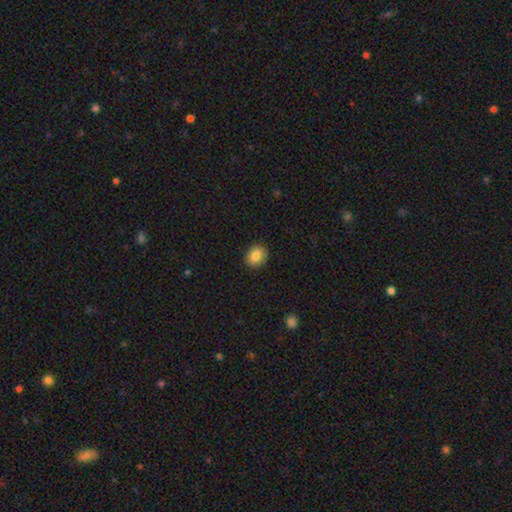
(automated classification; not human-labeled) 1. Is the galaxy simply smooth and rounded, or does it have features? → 83% smooth, 8% star or artifact, 8% featured or disk.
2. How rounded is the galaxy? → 51% round, 48% in between, 1% cigar-shaped.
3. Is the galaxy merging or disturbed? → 88% none, 9% minor disturbance, 2% major disturbance, 1% merger.